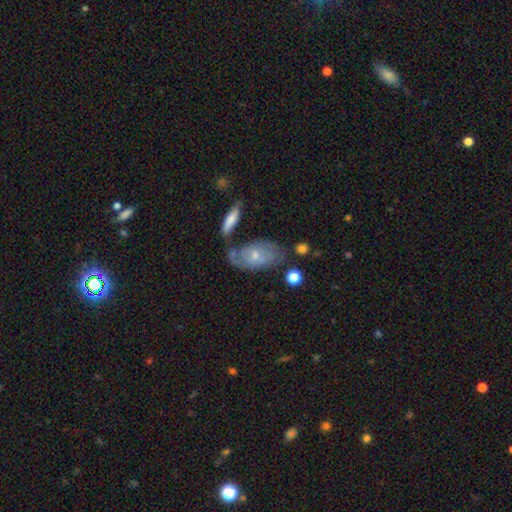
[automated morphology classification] This appears to be a featured or disk galaxy (53%). Merging: none (46%).